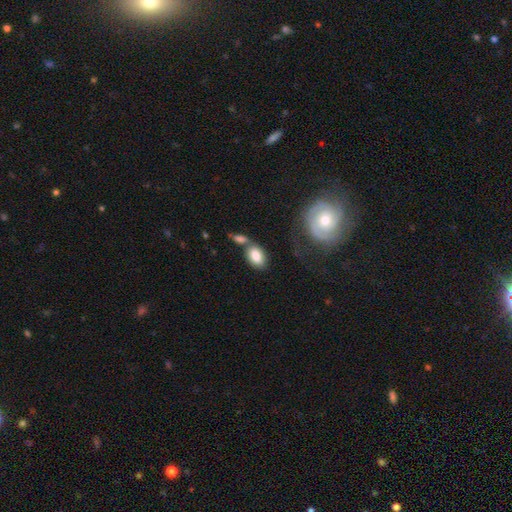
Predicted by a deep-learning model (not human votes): smooth 79%, featured or disk 14%, star or artifact 7%. Down the decision tree: how rounded — in between (90%); merging — none (45%).